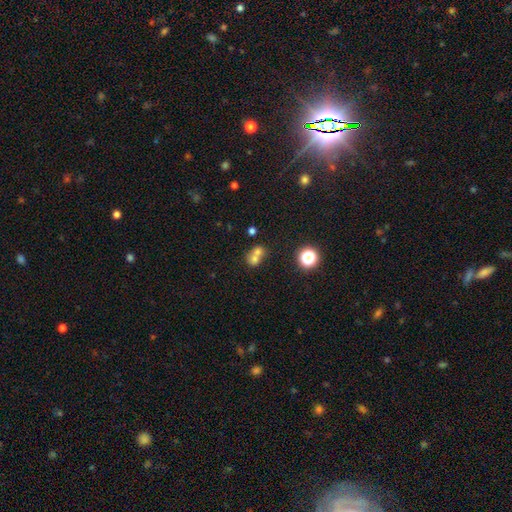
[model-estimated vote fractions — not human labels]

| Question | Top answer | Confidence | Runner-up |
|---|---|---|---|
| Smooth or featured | smooth | 67% | featured or disk (17%) |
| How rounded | round | 69% | in between (30%) |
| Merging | merger | 64% | none (28%) |